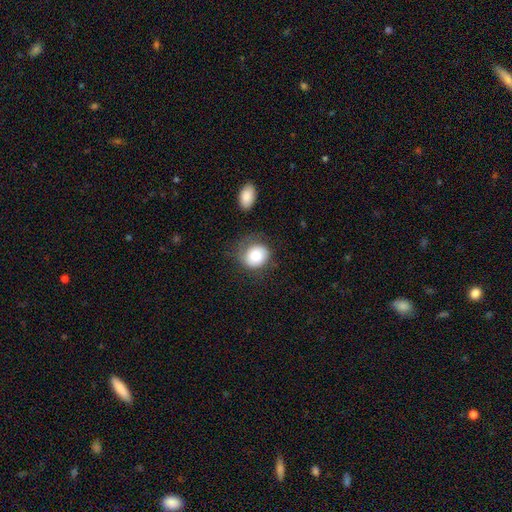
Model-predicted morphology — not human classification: Smooth or featured?
  - smooth: 77% *
  - featured or disk: 15%
  - star or artifact: 7%
How rounded?
  - round: 71% *
  - in between: 28%
  - cigar-shaped: 1%
Merging?
  - none: 52% *
  - minor disturbance: 28%
  - major disturbance: 16%
  - merger: 4%